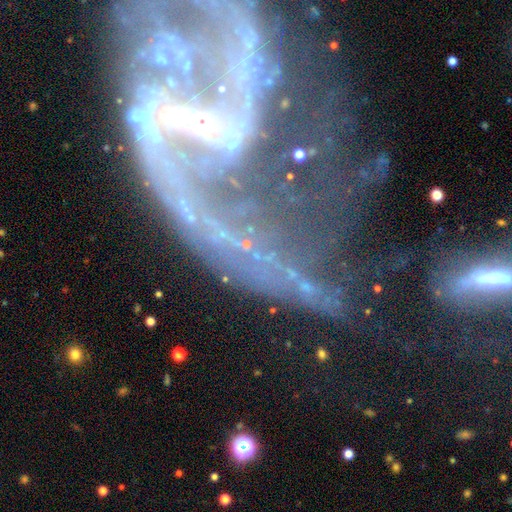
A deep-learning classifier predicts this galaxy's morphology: smooth_or_featured: featured or disk (p=0.78) [alt: star or artifact p=0.14]
disk_edge_on: no (p=0.93) [alt: yes p=0.07]
bar: no (p=0.35) [alt: weak p=0.34]
has_spiral_arms: yes (p=0.77) [alt: no p=0.23]
spiral_winding: loose (p=0.57) [alt: medium p=0.27]
spiral_arm_count: 2 (p=0.57) [alt: 1 p=0.17]
bulge_size: small (p=0.43) [alt: moderate p=0.36]
merging: major disturbance (p=0.40) [alt: none p=0.31]